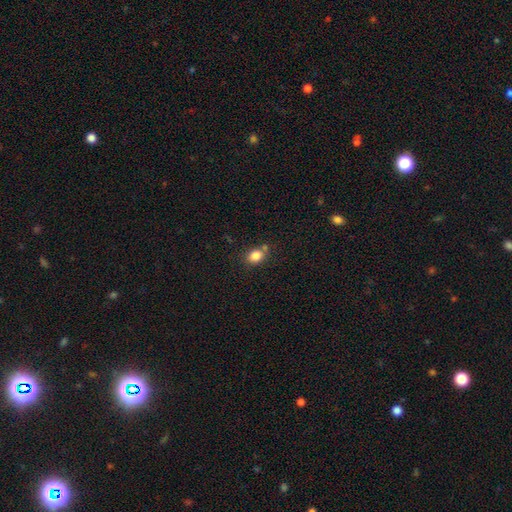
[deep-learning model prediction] A smooth galaxy with no disk features (84%) that is in between round and cigar-shaped (53%). Merging: none (67%).